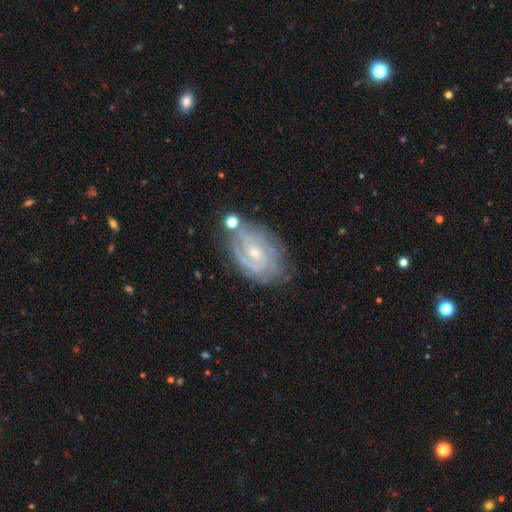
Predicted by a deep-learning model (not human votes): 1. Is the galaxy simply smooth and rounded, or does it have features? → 77% featured or disk, 13% smooth, 10% star or artifact.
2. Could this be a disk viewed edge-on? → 96% no, 4% yes.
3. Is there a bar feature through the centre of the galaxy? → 54% no, 38% weak, 8% strong.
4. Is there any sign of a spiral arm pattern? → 93% yes, 7% no.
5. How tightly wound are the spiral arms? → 64% tight, 29% medium, 8% loose.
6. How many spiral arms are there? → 36% can't tell, 26% 2, 18% 3, 9% 4, 5% more than 4, 5% 1.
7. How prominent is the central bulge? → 61% small, 34% moderate, 3% none, 2% large, 1% dominant.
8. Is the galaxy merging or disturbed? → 71% none, 17% minor disturbance, 6% major disturbance, 5% merger.